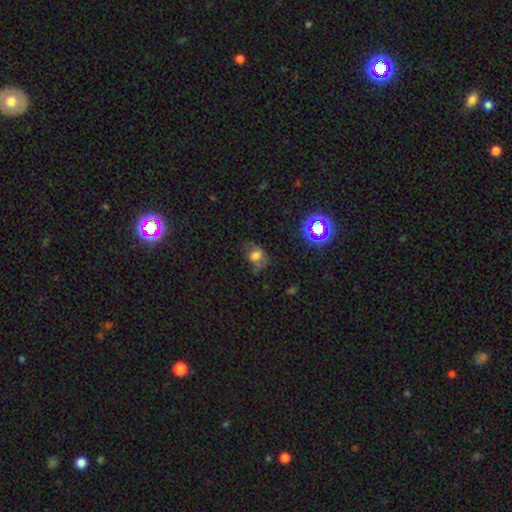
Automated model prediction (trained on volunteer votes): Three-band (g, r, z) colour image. It shows a smooth galaxy with no disk features (58%) that is in between round and cigar-shaped (52%). Merging: none (45%).